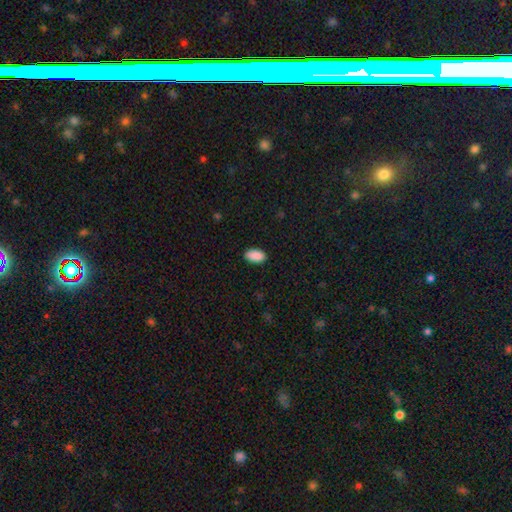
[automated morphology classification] Q: Smooth or featured?
A: smooth (90%); runner-up: star or artifact (7%)
Q: How rounded?
A: in between (95%); runner-up: round (4%)
Q: Merging?
A: none (87%); runner-up: minor disturbance (10%)